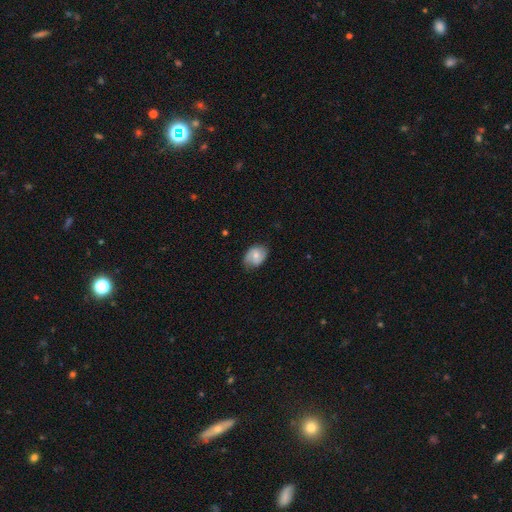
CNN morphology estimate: Smooth or featured?
  - smooth: 50% *
  - featured or disk: 43%
  - star or artifact: 7%
How rounded?
  - in between: 69% *
  - round: 30%
  - cigar-shaped: 1%
Merging?
  - none: 72% *
  - minor disturbance: 22%
  - major disturbance: 5%
  - merger: 1%